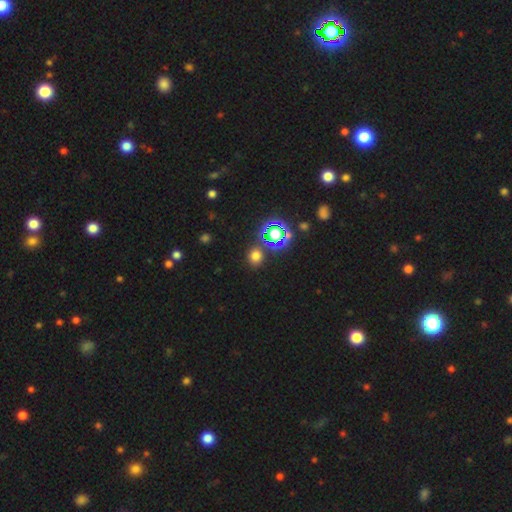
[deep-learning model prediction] Smooth or featured?
  - smooth: 66% *
  - star or artifact: 28%
  - featured or disk: 6%
How rounded?
  - round: 81% *
  - in between: 18%
  - cigar-shaped: 1%
Merging?
  - none: 83% *
  - minor disturbance: 8%
  - merger: 5%
  - major disturbance: 3%